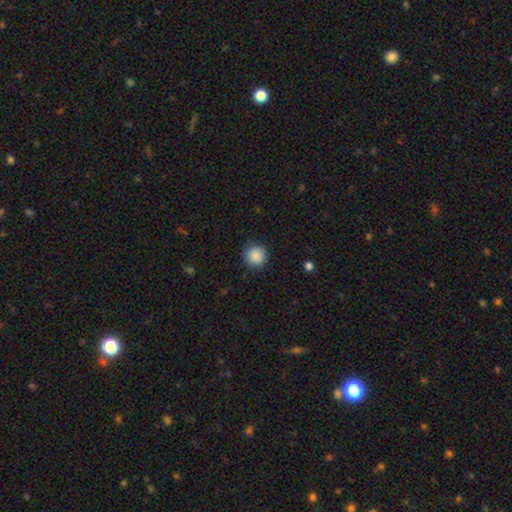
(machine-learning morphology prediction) Q: Smooth or featured?
A: smooth (88%); runner-up: star or artifact (9%)
Q: How rounded?
A: round (95%); runner-up: in between (4%)
Q: Merging?
A: none (90%); runner-up: minor disturbance (7%)